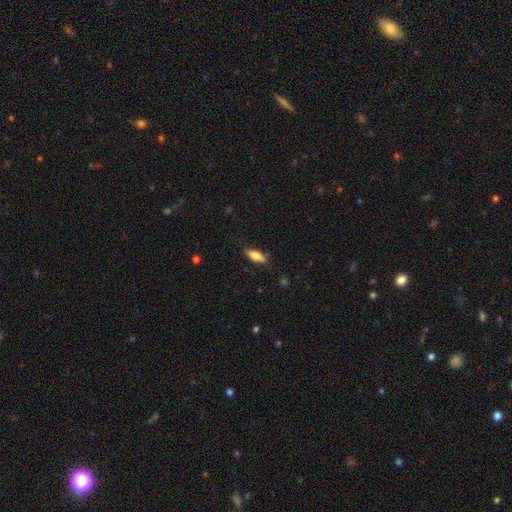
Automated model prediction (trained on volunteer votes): Q: Smooth or featured?
A: smooth (65%); runner-up: featured or disk (28%)
Q: How rounded?
A: in between (64%); runner-up: cigar-shaped (34%)
Q: Merging?
A: none (80%); runner-up: minor disturbance (15%)